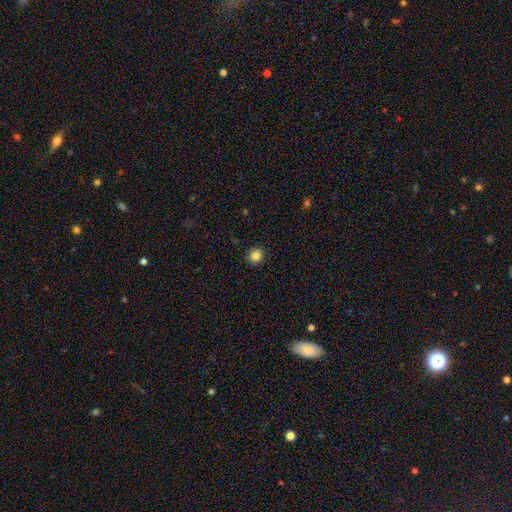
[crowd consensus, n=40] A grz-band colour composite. It shows a smooth galaxy with no disk features (80%) that is round (97%). Merging: none (91%).